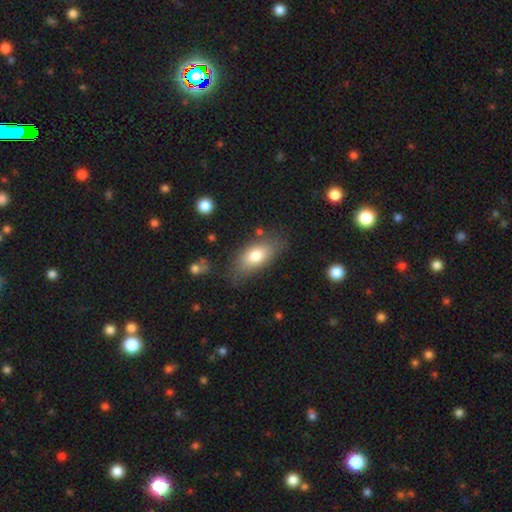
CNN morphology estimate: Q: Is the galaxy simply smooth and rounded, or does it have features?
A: smooth — 74%.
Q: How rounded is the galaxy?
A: in between — 86%.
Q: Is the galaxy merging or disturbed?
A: none — 71%.